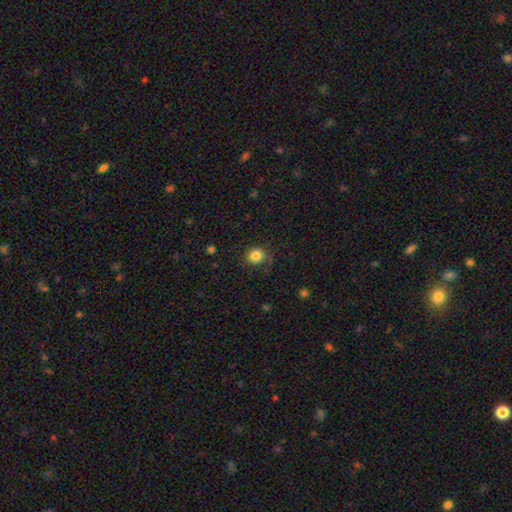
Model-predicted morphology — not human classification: Smooth or featured? smooth (84%)
How rounded? round (88%)
Merging? none (76%)